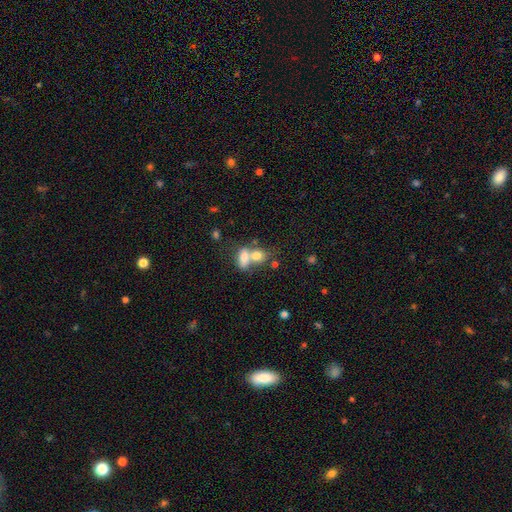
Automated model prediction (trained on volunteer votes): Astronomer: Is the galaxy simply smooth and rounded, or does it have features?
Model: smooth — 64%.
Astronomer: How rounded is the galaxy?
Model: in between — 66%.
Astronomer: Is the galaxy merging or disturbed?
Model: merger — 61%.